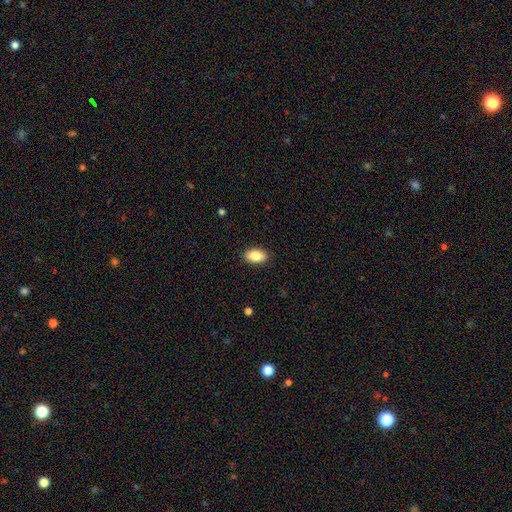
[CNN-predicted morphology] Smooth or featured?
  - smooth: 85% *
  - featured or disk: 8%
  - star or artifact: 7%
How rounded?
  - in between: 92% *
  - round: 6%
  - cigar-shaped: 2%
Merging?
  - none: 90% *
  - minor disturbance: 7%
  - major disturbance: 2%
  - merger: 1%